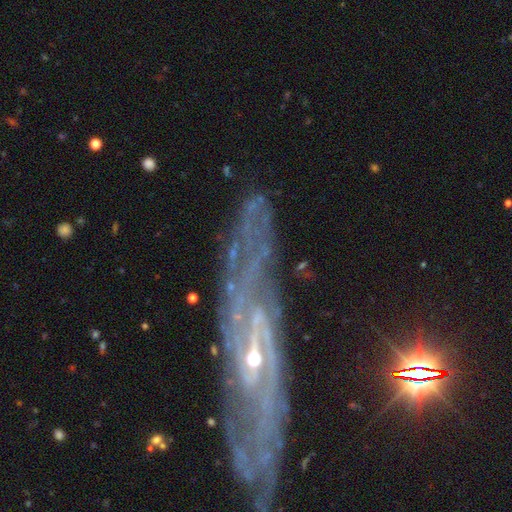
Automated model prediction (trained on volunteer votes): The model was most divided on "bar" (2-way tie): weak: 38%, no: 38%, strong: 24%. Remaining: spiral arms — yes (94%); smooth or featured — featured or disk (84%); edge-on disk — no (81%); merging — none (74%); bulge size — small (61%); spiral winding — tight (51%); spiral arm count — 2 (45%).